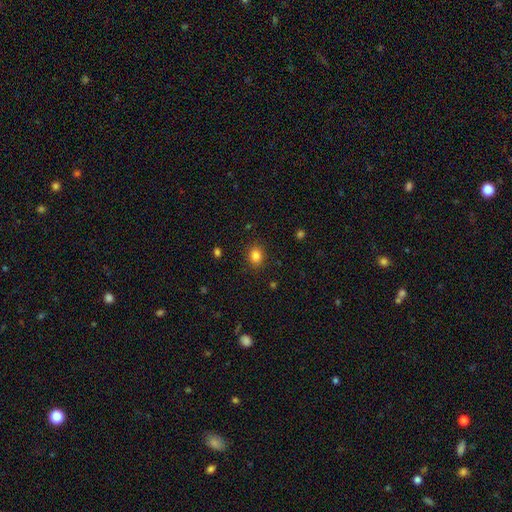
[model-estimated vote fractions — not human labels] smooth 84%, star or artifact 11%, featured or disk 5%. Down the decision tree: how rounded — round (58%); merging — none (87%).